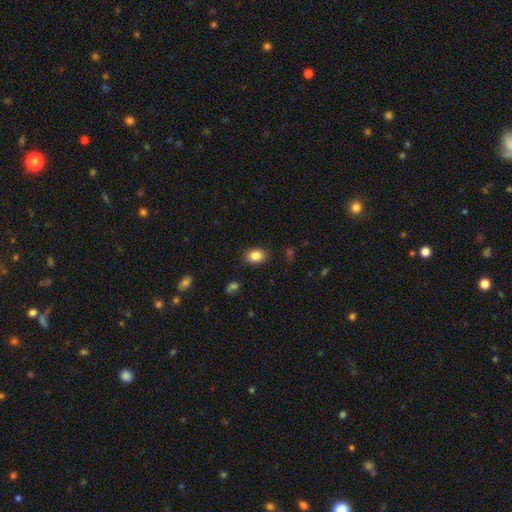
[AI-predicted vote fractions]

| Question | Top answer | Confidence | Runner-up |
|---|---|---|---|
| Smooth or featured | smooth | 85% | star or artifact (9%) |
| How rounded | in between | 67% | round (32%) |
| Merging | none | 86% | minor disturbance (10%) |